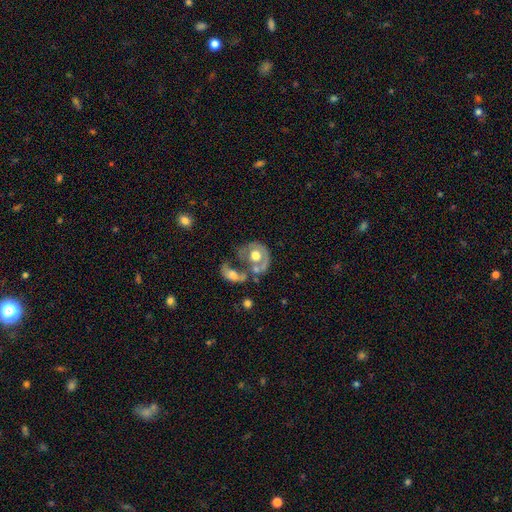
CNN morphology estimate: The model was most divided on "smooth or featured": featured or disk: 54%, smooth: 39%, star or artifact: 7%. Remaining: edge-on disk — no (96%); bar — no (88%); spiral arms — no (71%); bulge size — moderate (58%); merging — merger (42%).